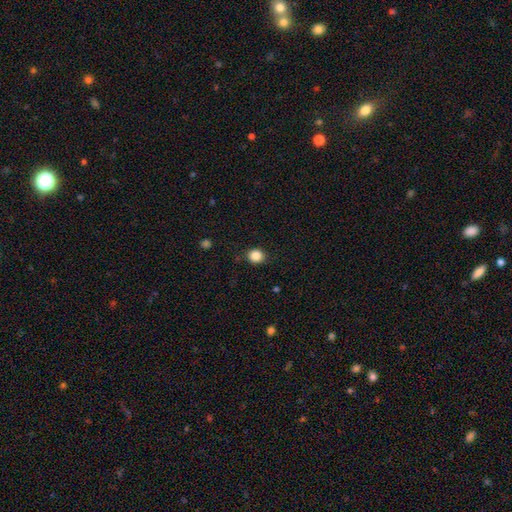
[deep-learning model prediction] Smooth or featured?
  - smooth: 86% *
  - star or artifact: 10%
  - featured or disk: 4%
How rounded?
  - round: 84% *
  - in between: 16%
  - cigar-shaped: 1%
Merging?
  - none: 88% *
  - minor disturbance: 8%
  - major disturbance: 2%
  - merger: 1%